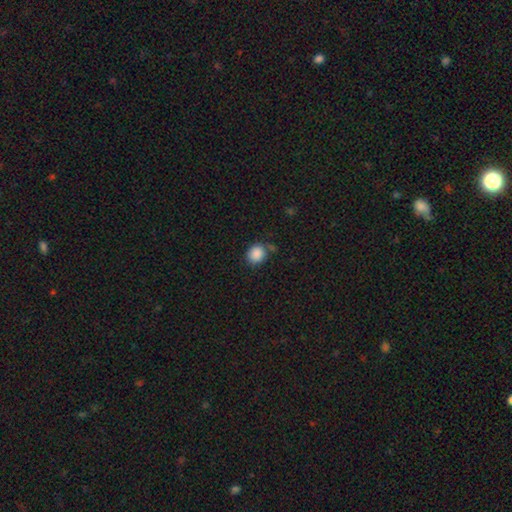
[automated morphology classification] Overall: smooth (88%). How rounded: round (73%). Merging: none (74%).